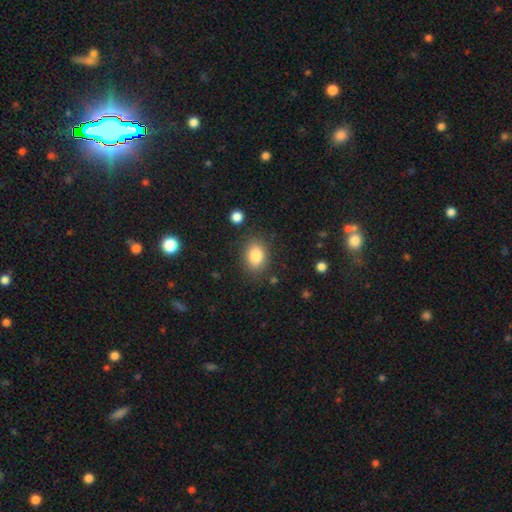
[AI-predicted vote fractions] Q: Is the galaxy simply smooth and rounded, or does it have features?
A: smooth — 84%.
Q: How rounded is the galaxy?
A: in between — 72%.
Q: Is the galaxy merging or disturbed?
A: none — 83%.